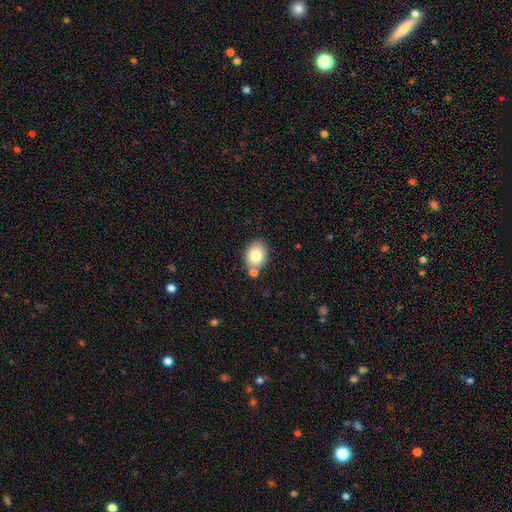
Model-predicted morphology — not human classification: A smooth galaxy with no disk features (81%) that is in between round and cigar-shaped (62%).

Vote fractions:
- Smooth or featured? smooth: 81% / featured or disk: 10% / star or artifact: 8%
- How rounded? in between: 62% / round: 37% / cigar-shaped: 1%
- Merging? none: 71% / merger: 14% / minor disturbance: 13% / major disturbance: 3%